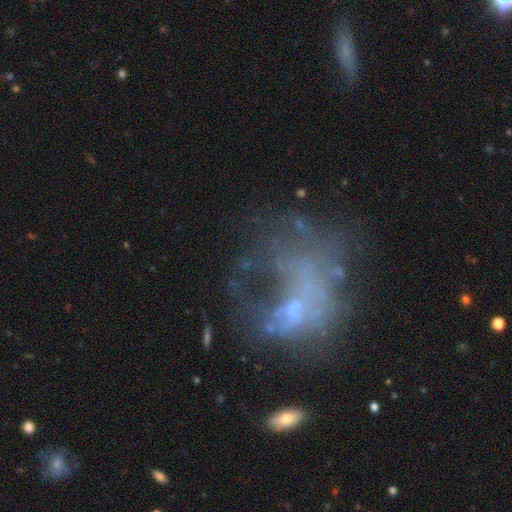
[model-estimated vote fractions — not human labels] smooth_or_featured: featured or disk (p=0.50) [alt: star or artifact p=0.25]
merging: major disturbance (p=0.45) [alt: none p=0.29]